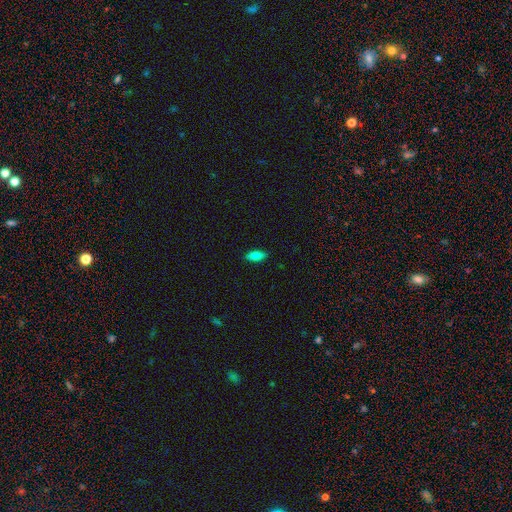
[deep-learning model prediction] Smooth or featured? Predicted: smooth (p=0.83). How rounded? Predicted: in between (p=0.80). Merging? Predicted: none (p=0.87).